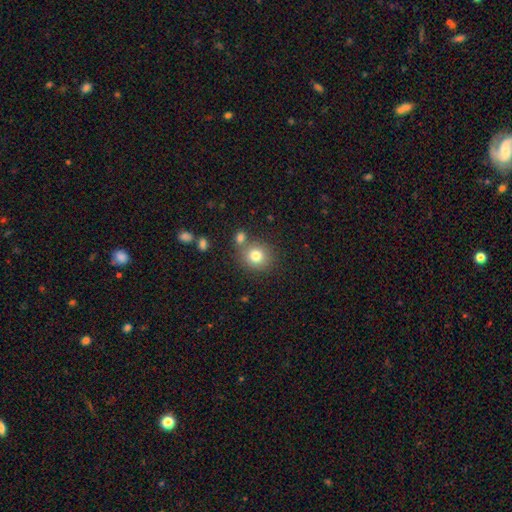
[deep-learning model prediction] Overall: smooth (80%). How rounded: round (83%). Merging: none (69%).